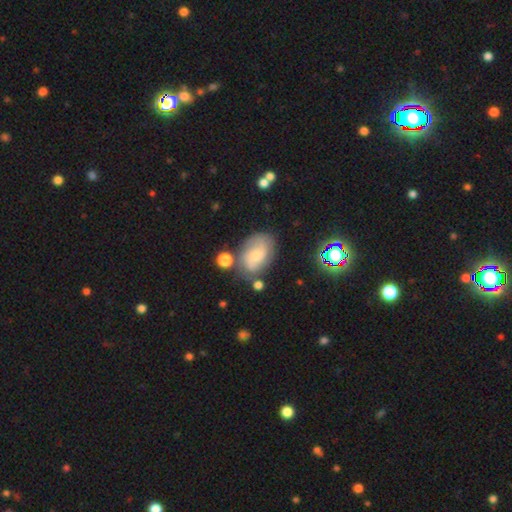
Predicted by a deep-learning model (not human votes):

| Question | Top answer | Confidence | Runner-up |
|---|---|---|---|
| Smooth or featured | featured or disk | 61% | smooth (30%) |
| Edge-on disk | no | 97% | yes (3%) |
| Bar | no | 56% | weak (37%) |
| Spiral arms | yes | 89% | no (11%) |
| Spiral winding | medium | 46% | loose (30%) |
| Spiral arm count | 2 | 74% | can't tell (14%) |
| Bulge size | small | 58% | moderate (33%) |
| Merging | none | 64% | minor disturbance (20%) |